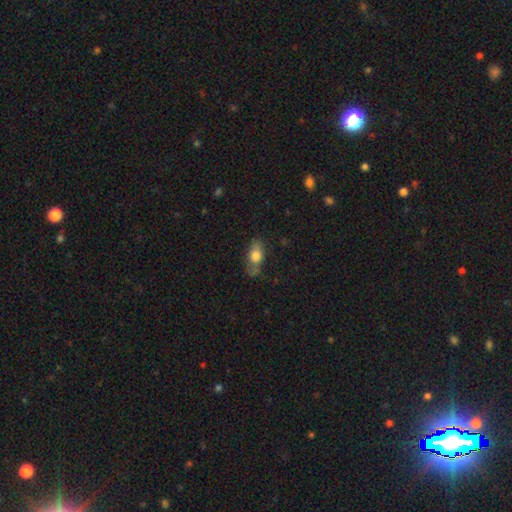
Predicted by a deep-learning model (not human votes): Smooth or featured?
  - smooth: 71% *
  - featured or disk: 20%
  - star or artifact: 9%
How rounded?
  - in between: 77% *
  - round: 12%
  - cigar-shaped: 11%
Merging?
  - none: 60% *
  - minor disturbance: 26%
  - major disturbance: 10%
  - merger: 4%